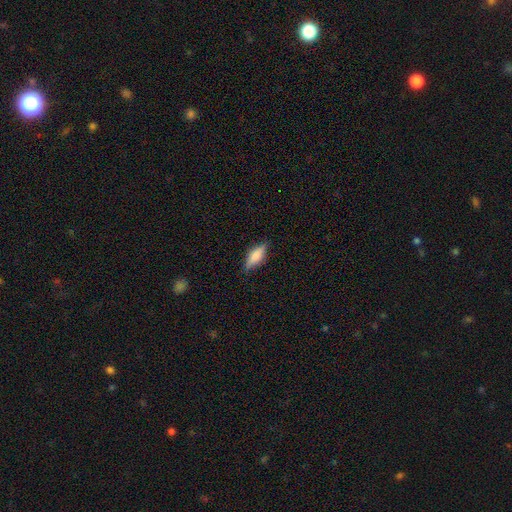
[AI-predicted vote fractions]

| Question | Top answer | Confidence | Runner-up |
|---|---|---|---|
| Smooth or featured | smooth | 64% | featured or disk (29%) |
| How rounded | in between | 63% | cigar-shaped (34%) |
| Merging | none | 82% | minor disturbance (14%) |